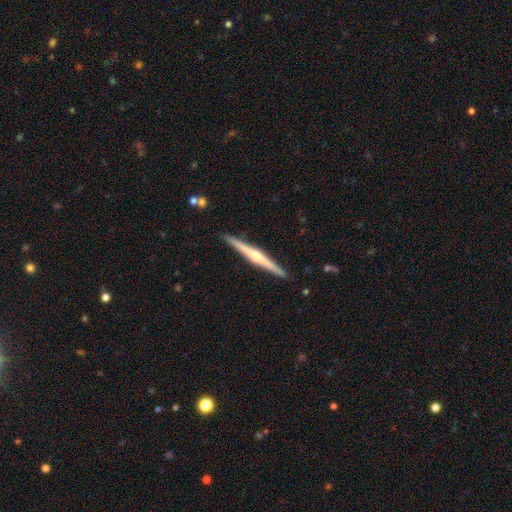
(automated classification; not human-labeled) Q: Smooth or featured?
A: featured or disk (77%); runner-up: smooth (18%)
Q: Edge-on disk?
A: yes (98%); runner-up: no (2%)
Q: Edge-on bulge?
A: rounded (80%); runner-up: none (12%)
Q: Merging?
A: none (91%); runner-up: minor disturbance (6%)